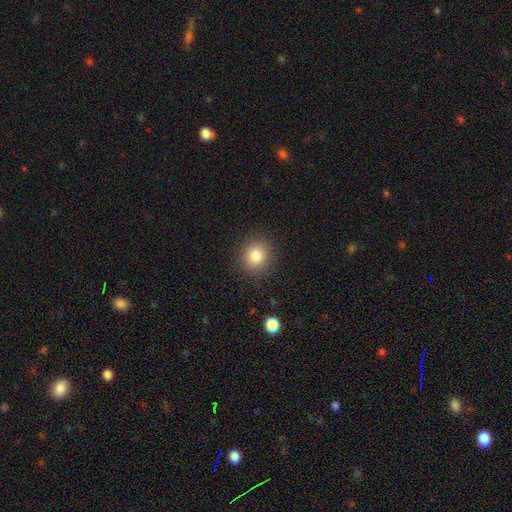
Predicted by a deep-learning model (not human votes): Overall: smooth (83%). How rounded: round (86%). Merging: none (89%).